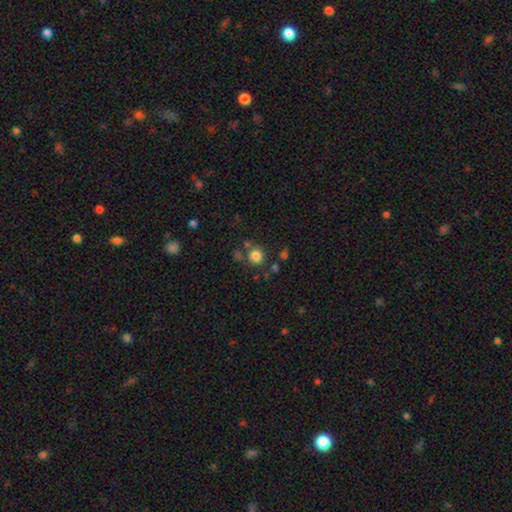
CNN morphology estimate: smooth_or_featured: smooth (p=0.81) [alt: star or artifact p=0.13]
how_rounded: round (p=0.90) [alt: in between p=0.09]
merging: none (p=0.74) [alt: merger p=0.12]